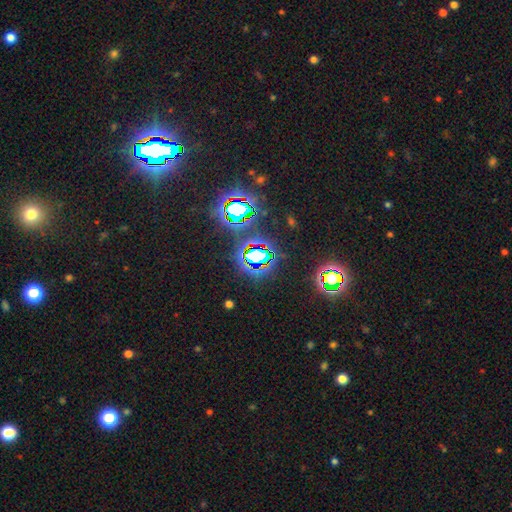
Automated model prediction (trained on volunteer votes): smooth_or_featured: star or artifact (p=0.76) [alt: smooth p=0.14]